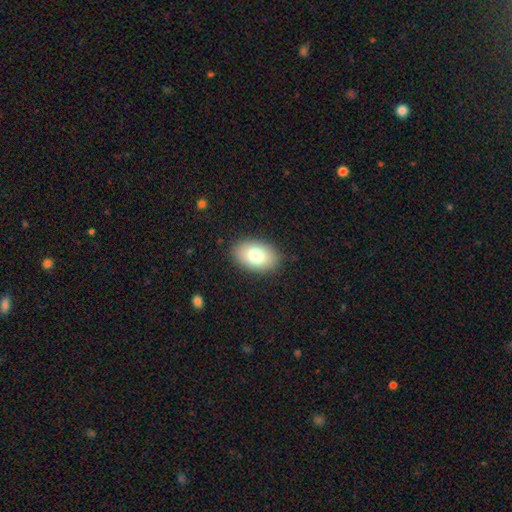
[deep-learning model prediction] smooth_or_featured: smooth (p=0.77) [alt: featured or disk p=0.14]
how_rounded: in between (p=0.88) [alt: round p=0.11]
merging: none (p=0.87) [alt: minor disturbance p=0.09]